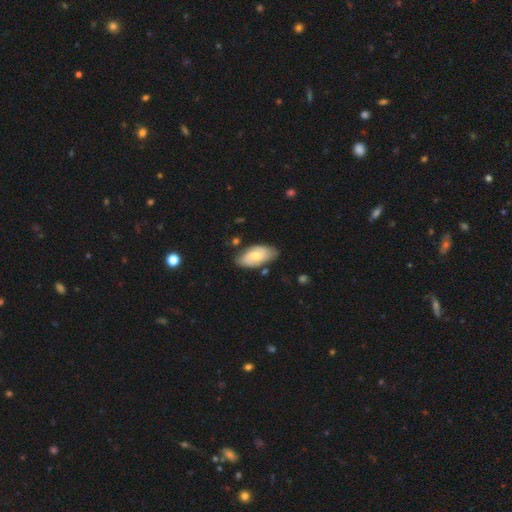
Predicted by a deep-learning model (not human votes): smooth_or_featured: featured or disk (p=0.51) [alt: smooth p=0.44]
disk_edge_on: no (p=0.92) [alt: yes p=0.08]
merging: none (p=0.73) [alt: minor disturbance p=0.20]